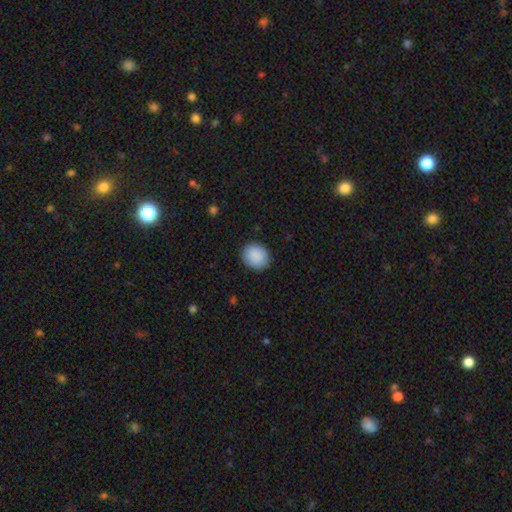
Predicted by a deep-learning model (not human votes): Morphology: type=smooth (90%); roundness=round (70%); merging=none (89%).